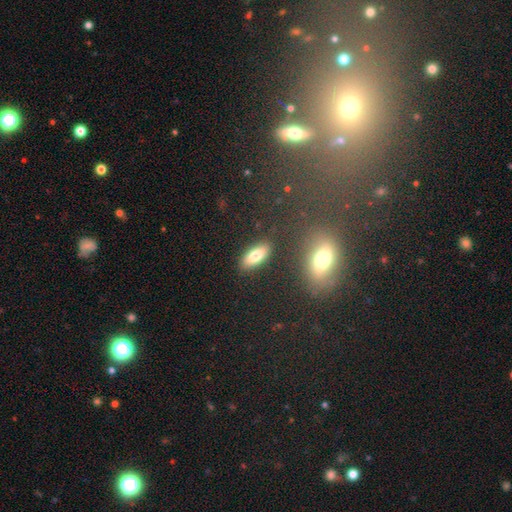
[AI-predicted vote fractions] Smooth or featured?
  - smooth: 79% *
  - featured or disk: 13%
  - star or artifact: 8%
How rounded?
  - in between: 81% *
  - cigar-shaped: 16%
  - round: 3%
Merging?
  - none: 85% *
  - minor disturbance: 10%
  - merger: 3%
  - major disturbance: 3%